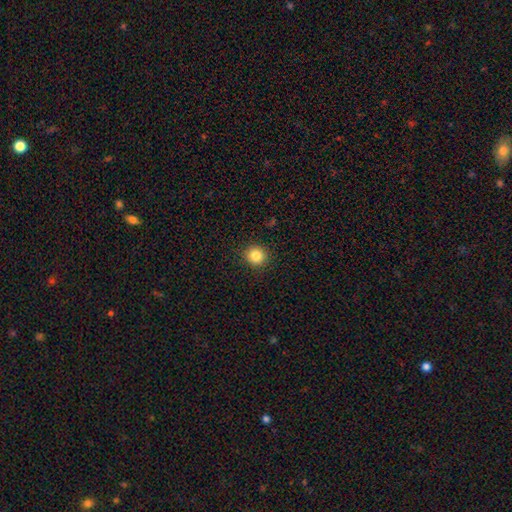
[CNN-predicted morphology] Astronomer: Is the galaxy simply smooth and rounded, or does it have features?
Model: smooth — 84%.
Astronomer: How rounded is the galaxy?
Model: round — 92%.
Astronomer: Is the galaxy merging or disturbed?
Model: none — 91%.